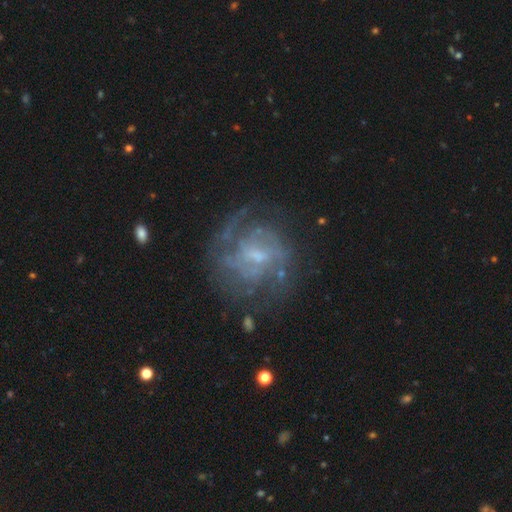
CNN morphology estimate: The model was most divided on "spiral winding": tight: 42%, medium: 41%, loose: 16%. Remaining: edge-on disk — no (98%); spiral arms — yes (84%); smooth or featured — featured or disk (80%); merging — none (65%); bar — weak (53%); bulge size — small (52%); spiral arm count — can't tell (39%).